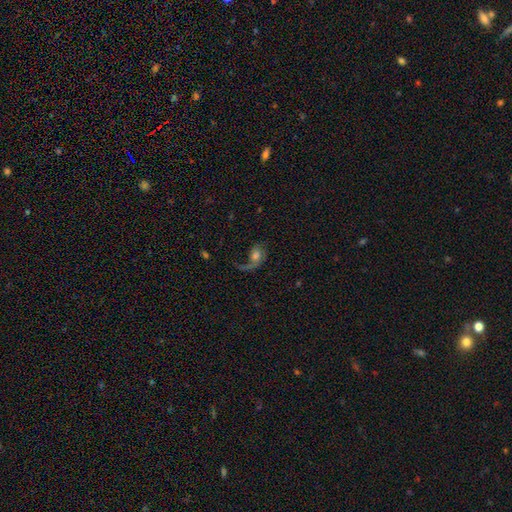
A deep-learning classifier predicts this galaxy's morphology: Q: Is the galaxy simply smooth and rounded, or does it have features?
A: featured or disk — 58%.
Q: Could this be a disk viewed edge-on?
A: no — 96%.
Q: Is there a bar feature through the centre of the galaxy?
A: no — 70%.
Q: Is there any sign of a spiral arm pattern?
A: yes — 84%.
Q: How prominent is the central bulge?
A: moderate — 42%.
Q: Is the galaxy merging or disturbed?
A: major disturbance — 44%.